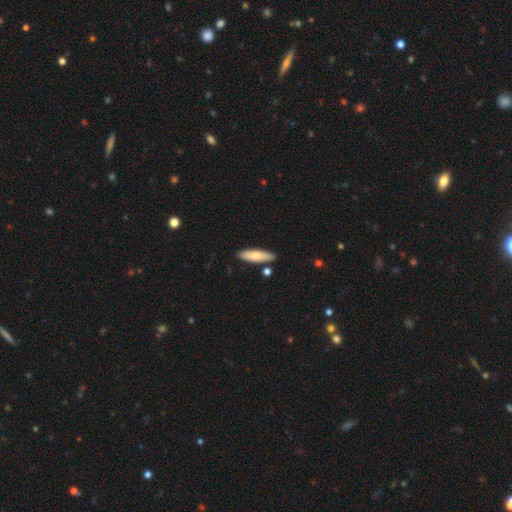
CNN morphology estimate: smooth-or-featured: smooth: 75% | featured or disk: 20% | star or artifact: 6%
  how-rounded: cigar-shaped: 58% | in between: 40% | round: 2%
  merging: none: 84% | minor disturbance: 9% | merger: 5% | major disturbance: 2%